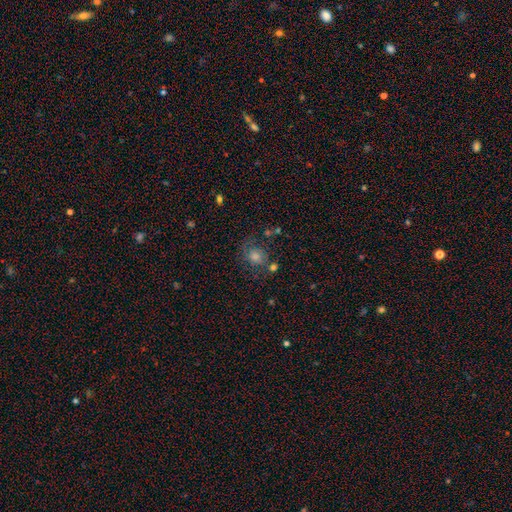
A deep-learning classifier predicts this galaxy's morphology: Smooth or featured: smooth — 45% (featured or disk — 31%)
Merging: none — 64% (minor disturbance — 17%)